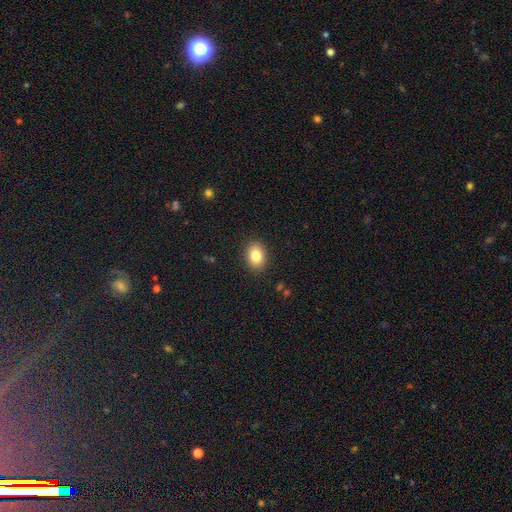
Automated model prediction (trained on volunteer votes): Smooth or featured? Predicted: smooth (p=0.84). How rounded? Predicted: in between (p=0.71). Merging? Predicted: none (p=0.88).